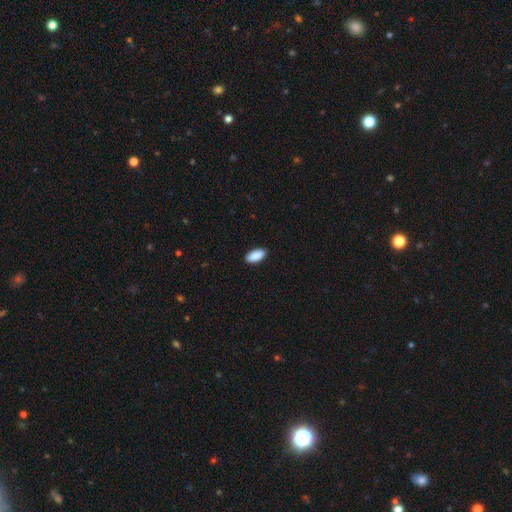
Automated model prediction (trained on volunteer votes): This is clearly a smooth galaxy (91%). How rounded: clearly in between (93%). Merging: clearly none (90%).